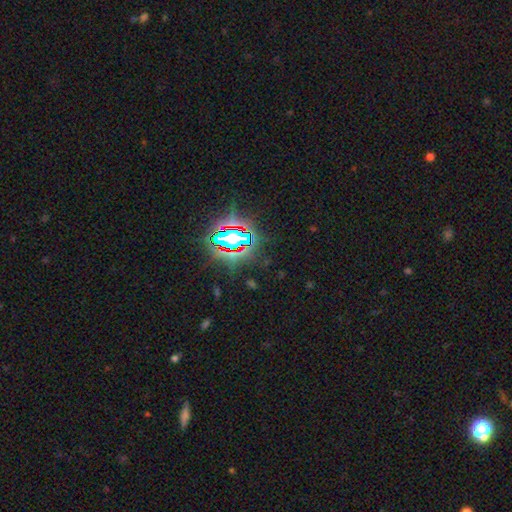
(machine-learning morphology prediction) smooth_or_featured: star or artifact (p=0.81) [alt: smooth p=0.10]